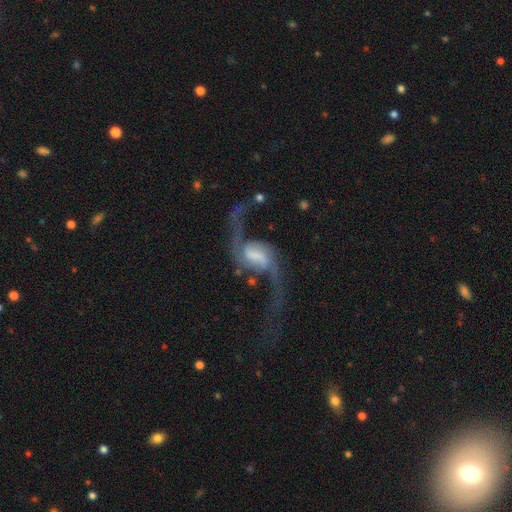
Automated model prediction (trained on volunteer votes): smooth-or-featured: featured or disk: 88% | smooth: 7% | star or artifact: 5%
  disk-edge-on: no: 97% | yes: 3%
    bar: weak: 48% | strong: 30% | no: 22%
    has-spiral-arms: yes: 97% | no: 3%
      spiral-winding: loose: 88% | medium: 9% | tight: 2%
      spiral-arm-count: 2: 94% | 1: 2% | can't tell: 1% | 3: 1% | 4: 1% | more than 4: 1%
    bulge-size: none: 39% | large: 19% | small: 19% | moderate: 17% | dominant: 6%
  merging: none: 52% | major disturbance: 27% | minor disturbance: 15% | merger: 7%